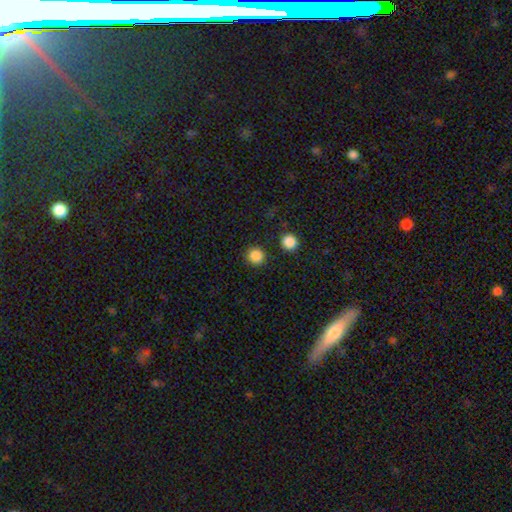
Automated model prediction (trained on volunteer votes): Morphology: type=smooth (86%); roundness=round (94%); merging=none (89%).